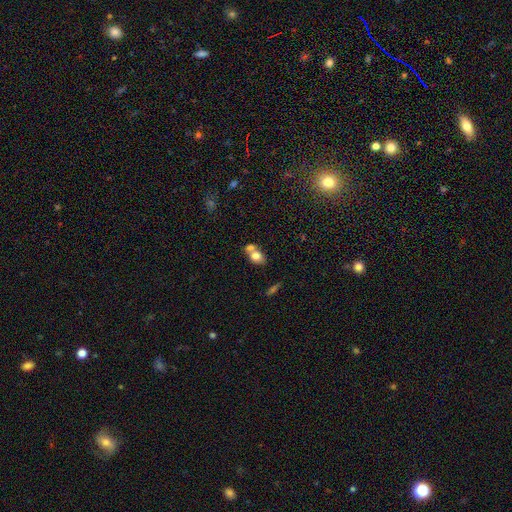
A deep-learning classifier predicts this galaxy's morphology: Smooth or featured: smooth — 75% (featured or disk — 16%)
How rounded: in between — 68% (round — 30%)
Merging: merger — 50% (none — 37%)